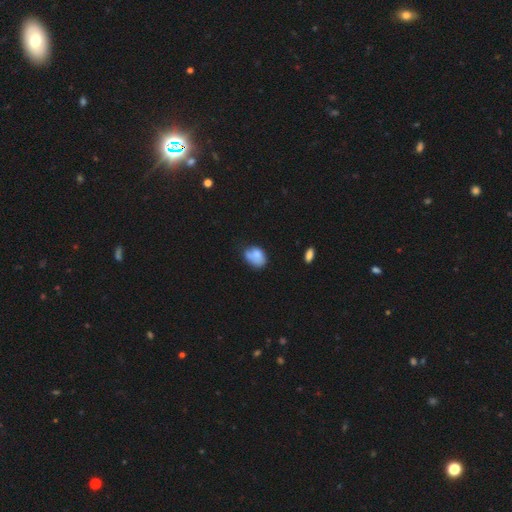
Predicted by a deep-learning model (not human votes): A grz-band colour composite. It shows a smooth galaxy with no disk features (74%) that is in between round and cigar-shaped (72%). Merging: none (40%).